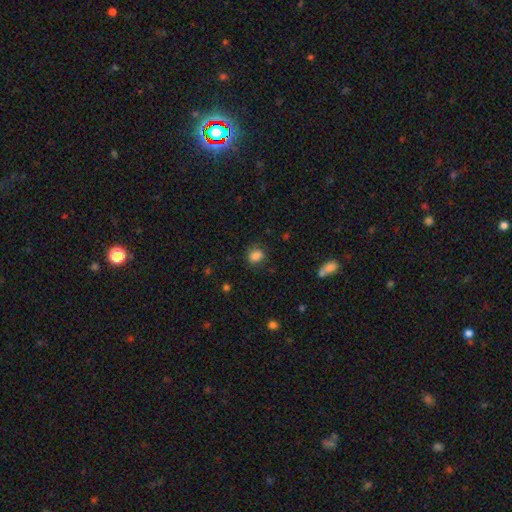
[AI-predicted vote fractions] Morphology: type=smooth (85%); roundness=in between (51%); merging=none (79%).